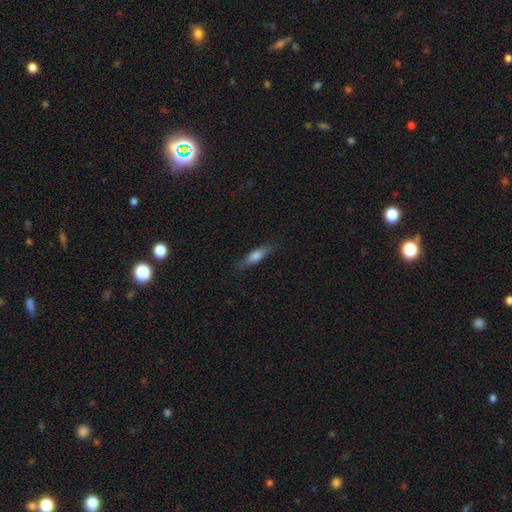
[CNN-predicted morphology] This appears to be a smooth galaxy with no disk features (71%) that is cigar-shaped (60%). Merging: none (81%).